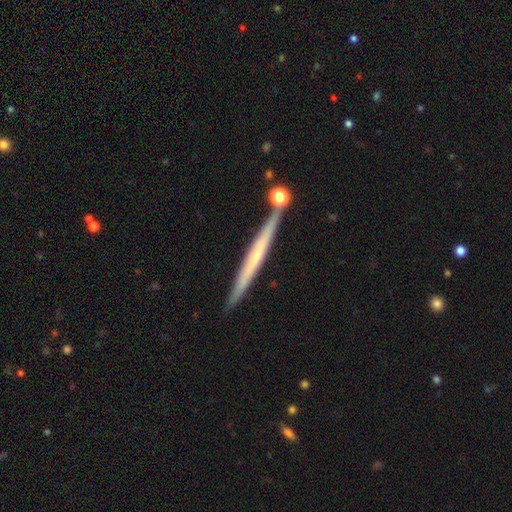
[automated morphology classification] smooth-or-featured: featured or disk: 54% | smooth: 40% | star or artifact: 6%
  disk-edge-on: yes: 96% | no: 4%
    edge-on-bulge: none: 79% | rounded: 15% | boxy: 7%
  merging: none: 82% | minor disturbance: 9% | merger: 7% | major disturbance: 2%